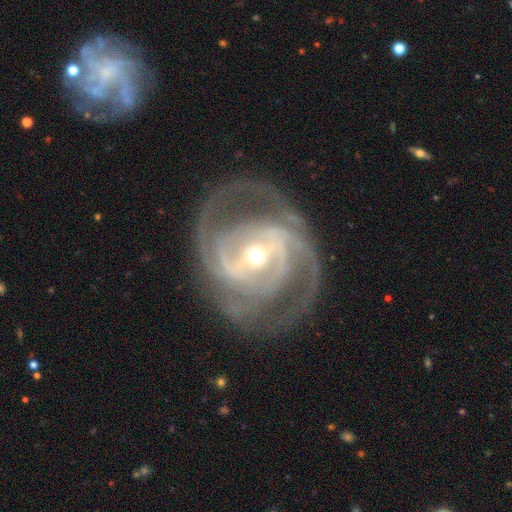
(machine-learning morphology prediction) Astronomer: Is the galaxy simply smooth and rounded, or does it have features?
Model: featured or disk — 91%.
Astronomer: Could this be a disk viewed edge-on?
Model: no — 97%.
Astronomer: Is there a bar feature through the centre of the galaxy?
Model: strong — 48% (runner-up: weak, 34%).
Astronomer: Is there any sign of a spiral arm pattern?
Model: yes — 97%.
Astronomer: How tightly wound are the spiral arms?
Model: tight — 48% (runner-up: medium, 43%).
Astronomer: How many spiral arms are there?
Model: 2 — 45% (runner-up: 3, 23%).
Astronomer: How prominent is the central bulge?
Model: small — 56% (runner-up: moderate, 41%).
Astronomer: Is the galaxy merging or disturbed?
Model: none — 74%.